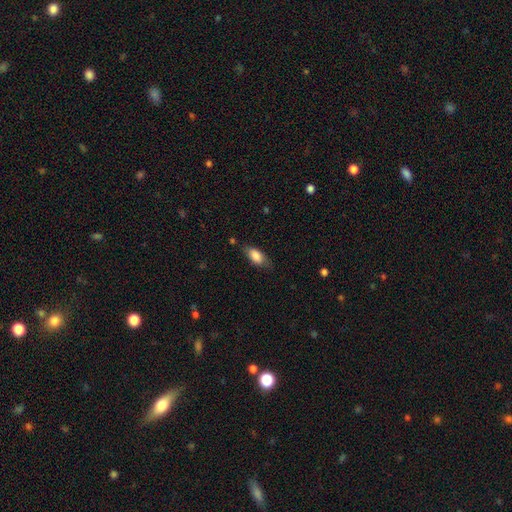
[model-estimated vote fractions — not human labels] Smooth or featured?
  - smooth: 81% *
  - featured or disk: 12%
  - star or artifact: 7%
How rounded?
  - in between: 85% *
  - cigar-shaped: 12%
  - round: 3%
Merging?
  - none: 72% *
  - minor disturbance: 21%
  - major disturbance: 6%
  - merger: 2%